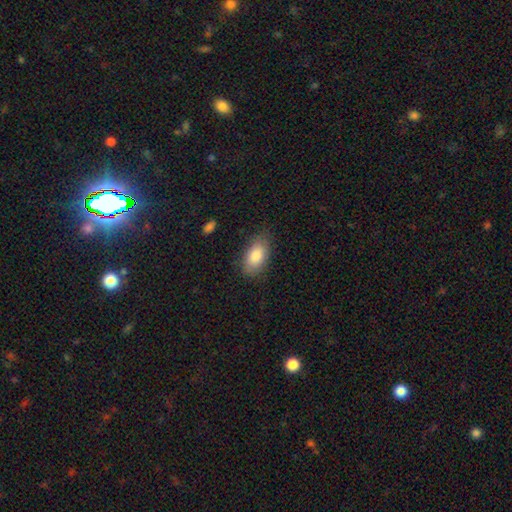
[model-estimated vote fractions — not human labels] Q: Smooth or featured?
A: smooth (84%); runner-up: featured or disk (9%)
Q: How rounded?
A: in between (92%); runner-up: cigar-shaped (4%)
Q: Merging?
A: none (79%); runner-up: minor disturbance (16%)